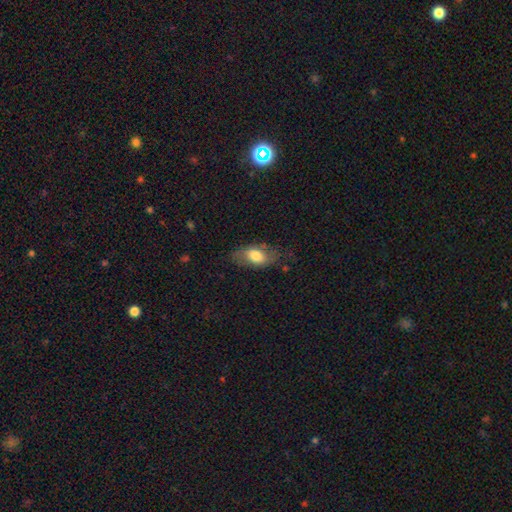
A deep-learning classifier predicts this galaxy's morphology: A smooth galaxy with no disk features (69%) that is in between round and cigar-shaped (87%). Merging: none (65%).